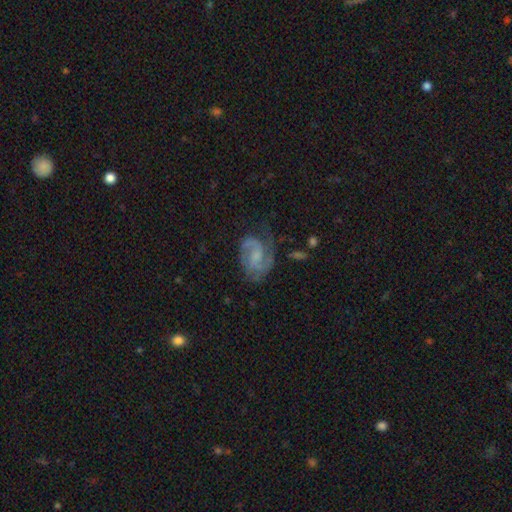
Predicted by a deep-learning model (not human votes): featured or disk 80%, smooth 13%, star or artifact 7%. Down the decision tree: edge-on disk — no (98%); bar — weak (47%); spiral arms — yes (95%); spiral arm count — 2 (78%); spiral winding — medium (51%); bulge size — small (39%); merging — none (60%).